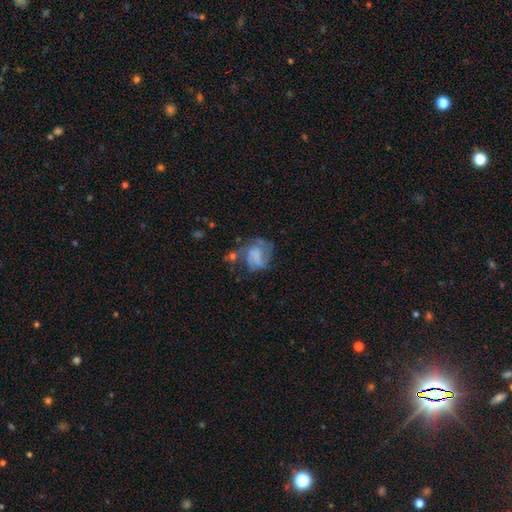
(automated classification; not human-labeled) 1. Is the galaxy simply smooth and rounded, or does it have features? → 51% featured or disk, 39% smooth, 10% star or artifact.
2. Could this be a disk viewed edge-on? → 98% no, 2% yes.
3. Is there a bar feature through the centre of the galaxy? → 60% no, 29% weak, 10% strong.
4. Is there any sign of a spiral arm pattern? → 63% yes, 37% no.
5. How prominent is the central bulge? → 60% none, 17% small, 13% moderate, 8% large, 3% dominant.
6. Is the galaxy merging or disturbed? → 35% major disturbance, 34% none, 23% minor disturbance, 9% merger.